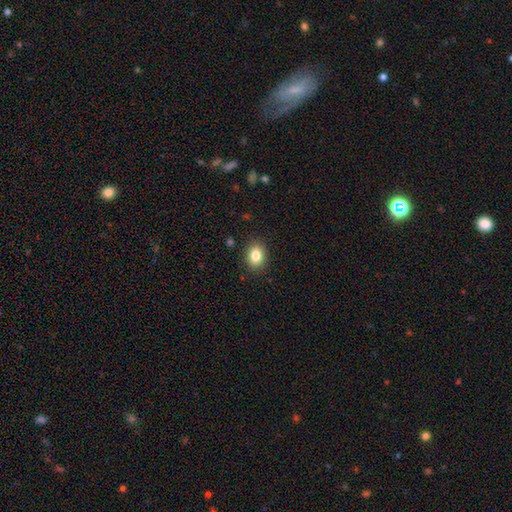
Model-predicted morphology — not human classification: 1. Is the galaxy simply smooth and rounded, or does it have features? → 83% smooth, 9% star or artifact, 7% featured or disk.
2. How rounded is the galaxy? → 62% in between, 37% round, 1% cigar-shaped.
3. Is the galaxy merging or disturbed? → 88% none, 8% minor disturbance, 2% major disturbance, 1% merger.